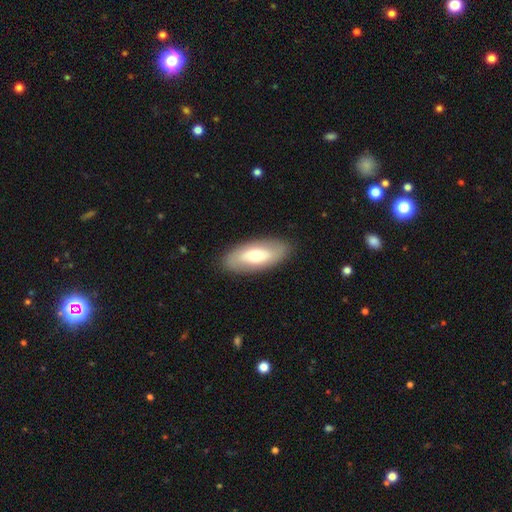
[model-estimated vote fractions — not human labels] This appears to be a smooth galaxy with no disk features (51%) that is in between round and cigar-shaped (85%). Merging: none (86%).